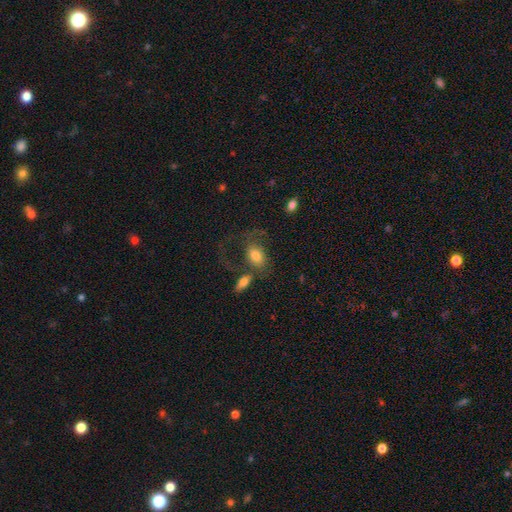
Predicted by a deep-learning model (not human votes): smooth_or_featured: smooth (p=0.66) [alt: featured or disk p=0.26]
how_rounded: in between (p=0.84) [alt: round p=0.15]
merging: none (p=0.33) [alt: major disturbance p=0.29]